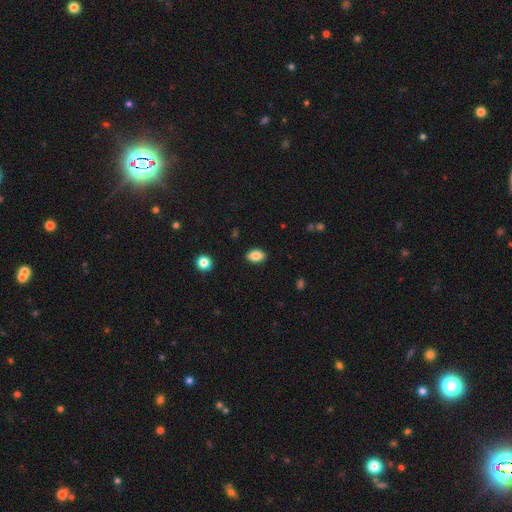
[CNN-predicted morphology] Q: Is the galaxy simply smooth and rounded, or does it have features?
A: smooth — 85%.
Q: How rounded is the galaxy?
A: in between — 87%.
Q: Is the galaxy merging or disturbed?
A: none — 89%.